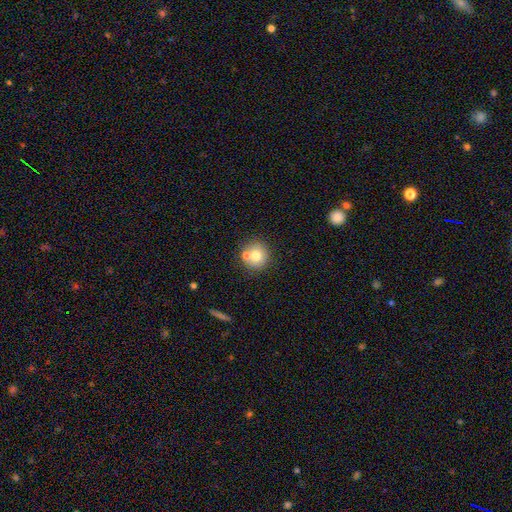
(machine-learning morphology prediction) This is likely a smooth galaxy (72%). How rounded: clearly round (91%). Merging: likely none (64%).